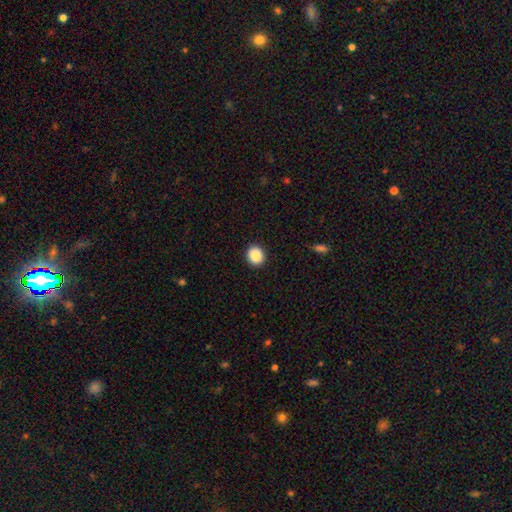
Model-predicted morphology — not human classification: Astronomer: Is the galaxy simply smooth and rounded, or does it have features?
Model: smooth — 88%.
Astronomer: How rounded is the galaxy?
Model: round — 81%.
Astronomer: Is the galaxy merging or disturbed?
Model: none — 92%.